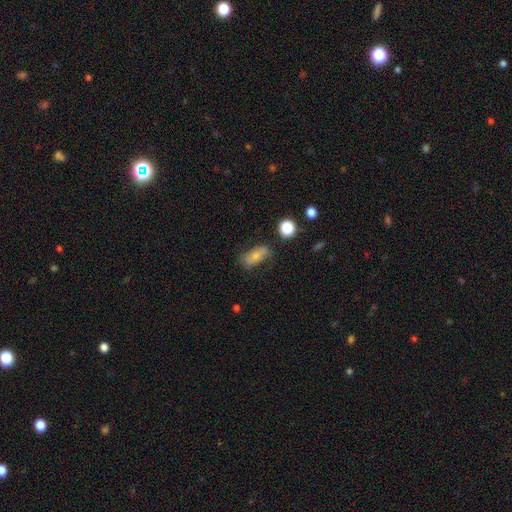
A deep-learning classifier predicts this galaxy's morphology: Smooth or featured? smooth (64%)
How rounded? in between (81%)
Merging? none (68%)